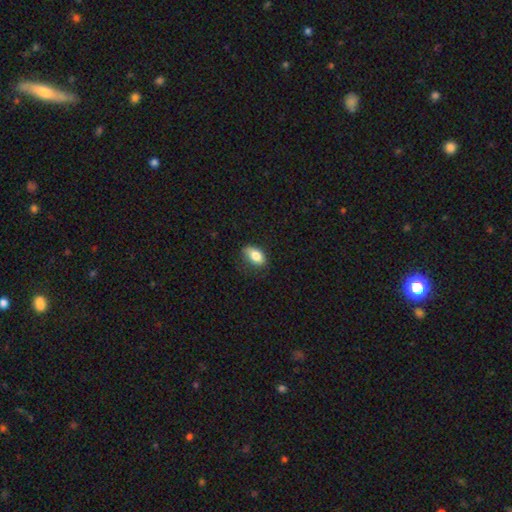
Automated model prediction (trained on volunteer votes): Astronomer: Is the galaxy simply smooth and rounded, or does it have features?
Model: smooth — 82%.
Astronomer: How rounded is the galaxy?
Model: in between — 89%.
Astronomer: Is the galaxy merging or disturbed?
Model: none — 70%.